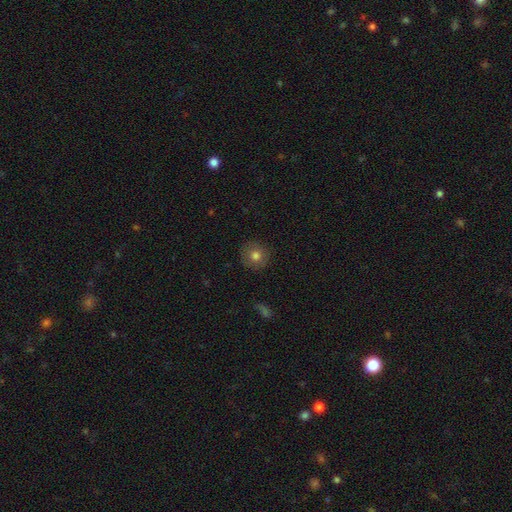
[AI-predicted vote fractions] The model was most divided on "smooth or featured": smooth: 77%, featured or disk: 12%, star or artifact: 10%. More confident: how rounded — round (93%); merging — none (89%).